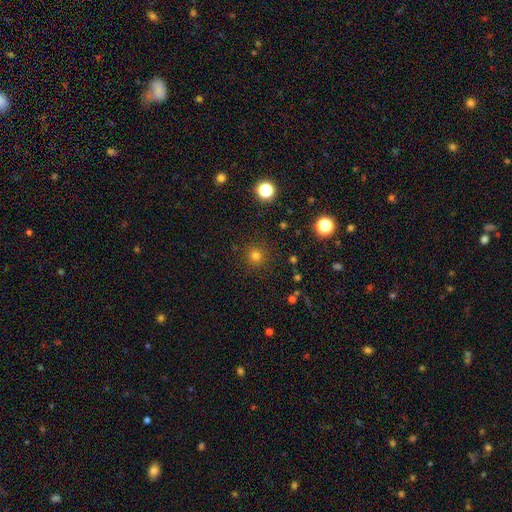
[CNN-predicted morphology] Smooth or featured: smooth — 77% (star or artifact — 18%)
How rounded: round — 93% (in between — 6%)
Merging: none — 89% (minor disturbance — 7%)